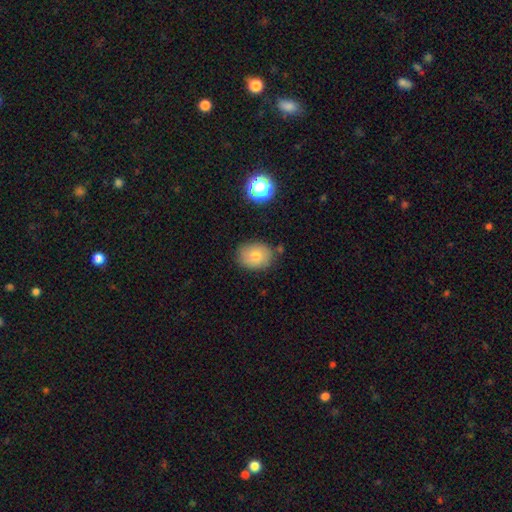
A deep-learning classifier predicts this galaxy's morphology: Smooth or featured?
  - smooth: 78% *
  - featured or disk: 12%
  - star or artifact: 10%
How rounded?
  - in between: 58% *
  - round: 41%
  - cigar-shaped: 1%
Merging?
  - none: 78% *
  - minor disturbance: 15%
  - merger: 4%
  - major disturbance: 4%